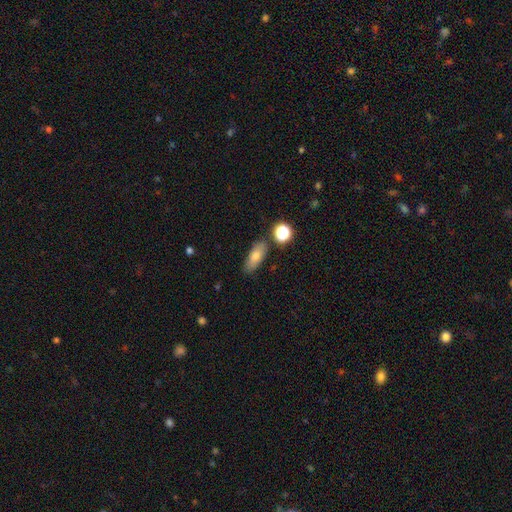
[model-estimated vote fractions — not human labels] The model was most divided on "how rounded": in between: 72%, cigar-shaped: 22%, round: 6%. More confident: merging — none (79%); smooth or featured — smooth (75%).